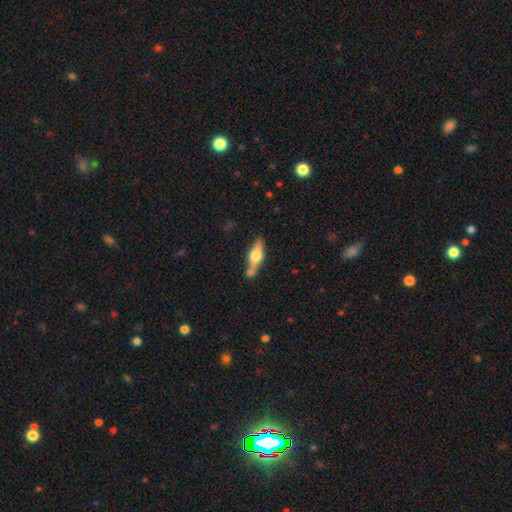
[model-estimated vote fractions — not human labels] smooth-or-featured: featured or disk: 57% | smooth: 37% | star or artifact: 7%
  disk-edge-on: yes: 91% | no: 9%
    edge-on-bulge: rounded: 93% | boxy: 5% | none: 2%
  merging: none: 63% | merger: 17% | minor disturbance: 15% | major disturbance: 5%